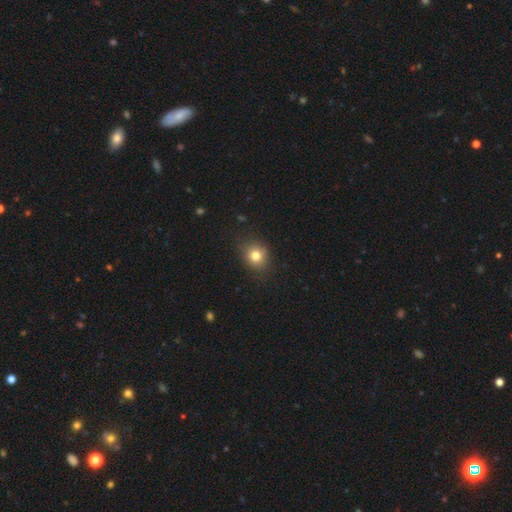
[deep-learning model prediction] smooth-or-featured: smooth: 79% | star or artifact: 12% | featured or disk: 9%
  how-rounded: round: 66% | in between: 33% | cigar-shaped: 1%
  merging: none: 82% | minor disturbance: 13% | major disturbance: 3% | merger: 1%